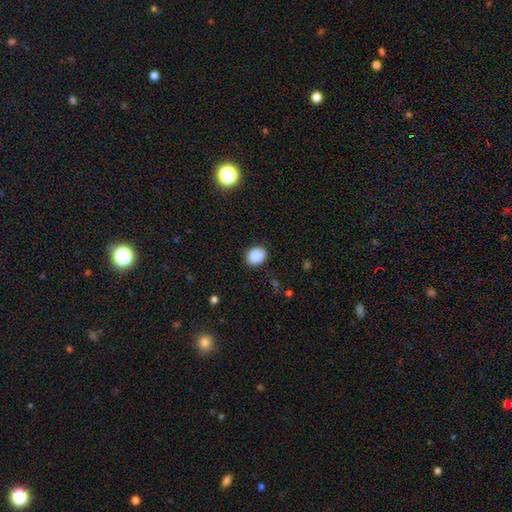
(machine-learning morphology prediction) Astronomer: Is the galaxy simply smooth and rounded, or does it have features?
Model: smooth — 88%.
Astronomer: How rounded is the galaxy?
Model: round — 55% (runner-up: in between, 44%).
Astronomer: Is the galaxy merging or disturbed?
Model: none — 84%.